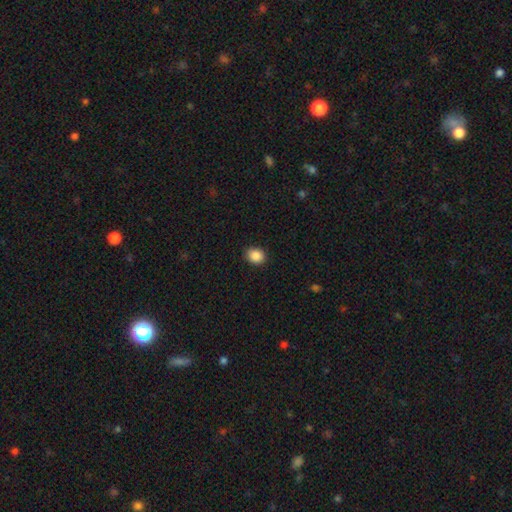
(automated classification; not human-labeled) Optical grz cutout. It shows a smooth galaxy with no disk features (88%) that is round (60%). Merging: none (89%).